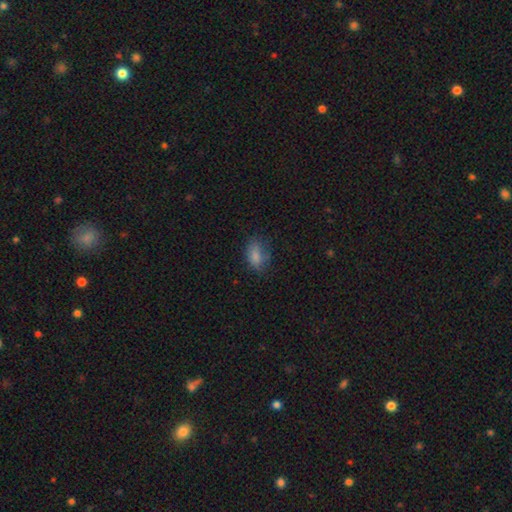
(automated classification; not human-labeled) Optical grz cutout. It shows a smooth galaxy with no disk features (81%) that is in between round and cigar-shaped (84%). Merging: none (62%).